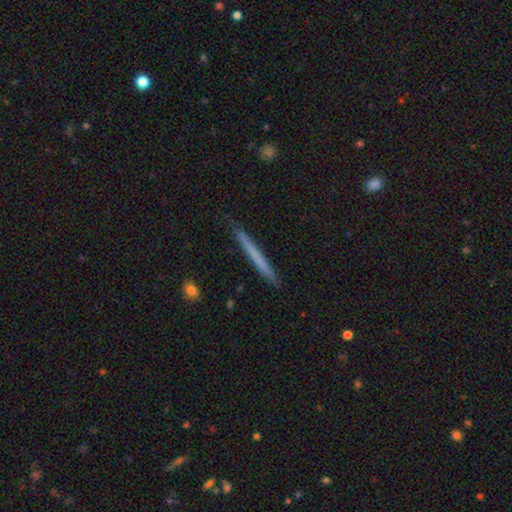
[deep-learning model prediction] Smooth or featured?
  - smooth: 57% *
  - featured or disk: 37%
  - star or artifact: 6%
How rounded?
  - cigar-shaped: 97% *
  - in between: 2%
  - round: 1%
Merging?
  - none: 87% *
  - minor disturbance: 10%
  - major disturbance: 2%
  - merger: 1%